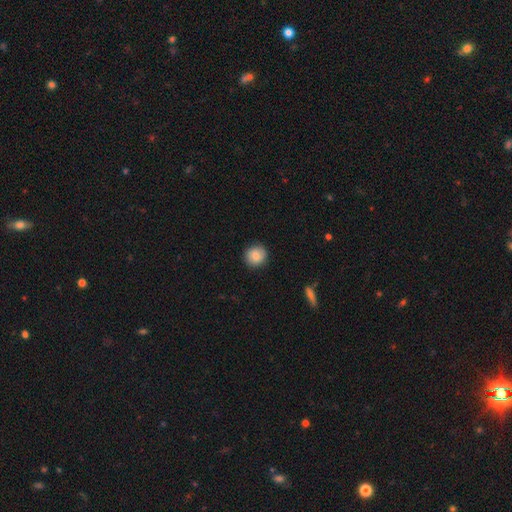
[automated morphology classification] smooth-or-featured: smooth: 82% | featured or disk: 10% | star or artifact: 8%
  how-rounded: round: 88% | in between: 11% | cigar-shaped: 1%
  merging: none: 89% | minor disturbance: 8% | major disturbance: 2% | merger: 1%